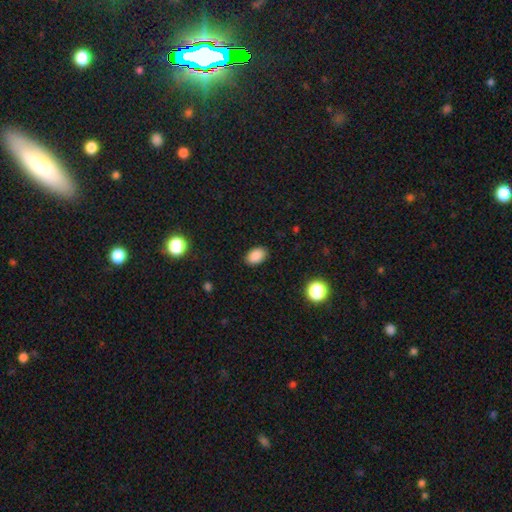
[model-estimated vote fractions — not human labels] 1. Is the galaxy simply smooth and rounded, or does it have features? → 87% smooth, 9% star or artifact, 3% featured or disk.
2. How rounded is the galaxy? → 86% in between, 13% round, 1% cigar-shaped.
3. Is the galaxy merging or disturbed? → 88% none, 9% minor disturbance, 2% major disturbance, 1% merger.